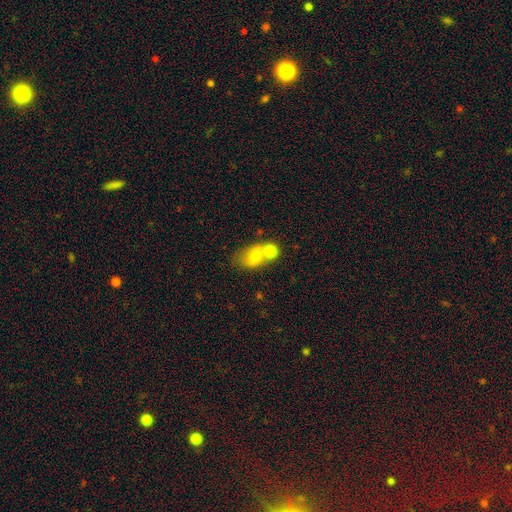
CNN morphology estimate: smooth 70%, featured or disk 19%, star or artifact 10%. Down the decision tree: how rounded — in between (71%); merging — merger (47%).